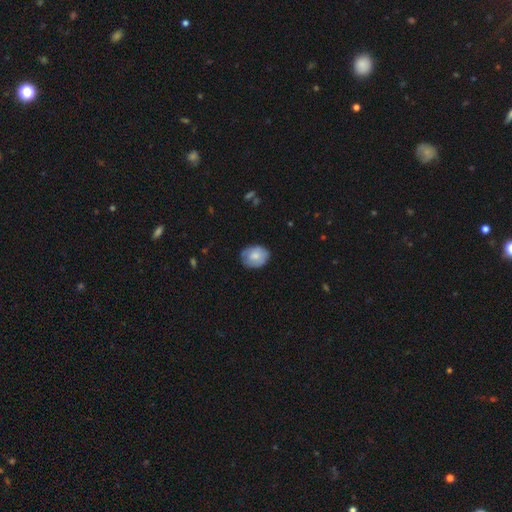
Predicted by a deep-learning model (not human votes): smooth-or-featured: smooth: 74% | featured or disk: 20% | star or artifact: 6%
  how-rounded: in between: 60% | round: 40% | cigar-shaped: 1%
  merging: none: 75% | minor disturbance: 20% | major disturbance: 4% | merger: 1%